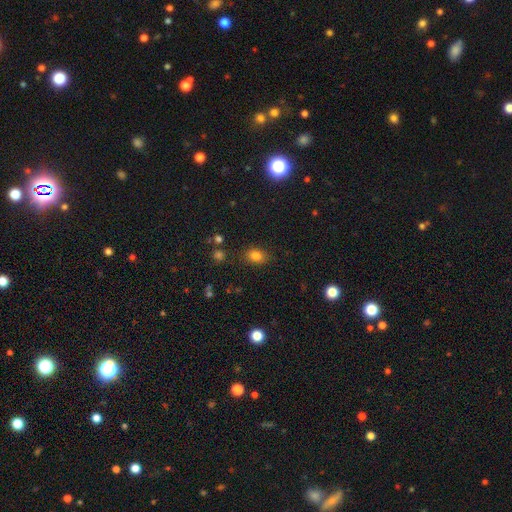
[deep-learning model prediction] The model was most divided on "how rounded": in between: 68%, round: 31%, cigar-shaped: 1%. More confident: merging — none (83%); smooth or featured — smooth (81%).